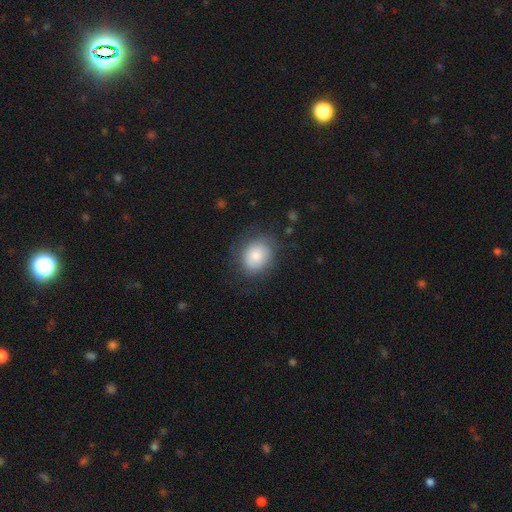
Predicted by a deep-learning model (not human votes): Overall: smooth (80%). How rounded: round (51%; in between 48%). Merging: none (70%).